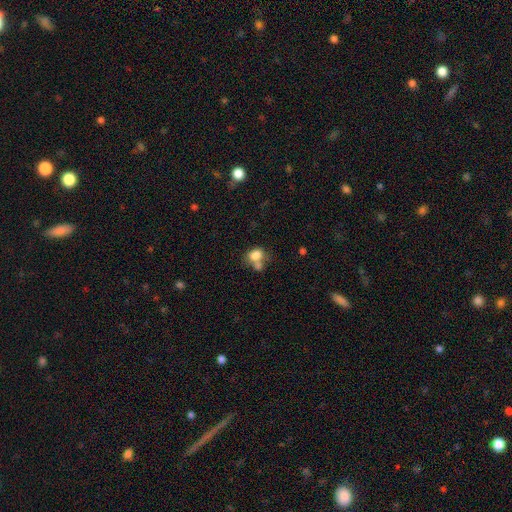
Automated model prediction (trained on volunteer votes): A smooth galaxy with no disk features (79%) that is in between round and cigar-shaped (66%).

Vote fractions:
- Smooth or featured? smooth: 79% / featured or disk: 11% / star or artifact: 11%
- How rounded? in between: 66% / round: 33% / cigar-shaped: 1%
- Merging? merger: 48% / none: 32% / minor disturbance: 12% / major disturbance: 8%